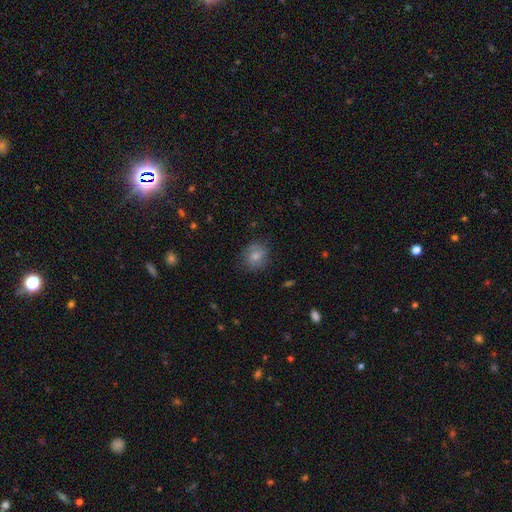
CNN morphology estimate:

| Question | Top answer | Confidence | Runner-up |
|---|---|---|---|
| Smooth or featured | smooth | 69% | featured or disk (22%) |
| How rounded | round | 79% | in between (20%) |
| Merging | none | 77% | minor disturbance (17%) |